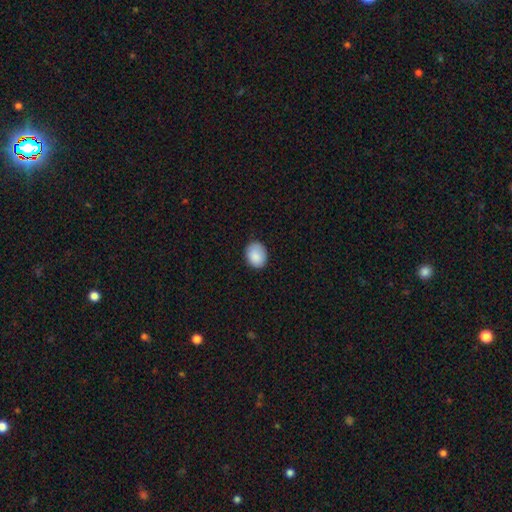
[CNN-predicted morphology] type=smooth (89%); roundness=in between (59%); merging=none (84%).